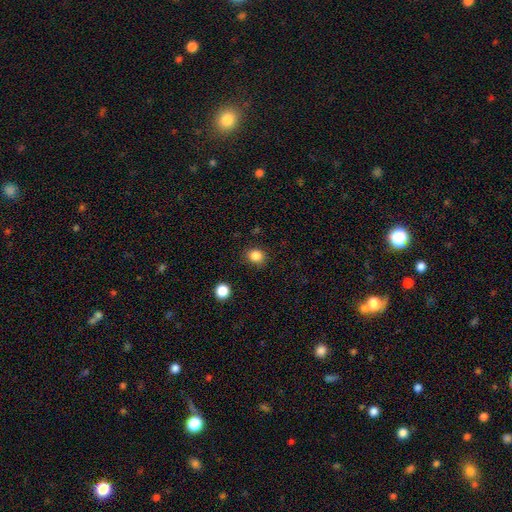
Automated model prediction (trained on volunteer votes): smooth_or_featured: smooth (p=0.85) [alt: star or artifact p=0.12]
how_rounded: round (p=0.77) [alt: in between p=0.22]
merging: none (p=0.86) [alt: minor disturbance p=0.10]